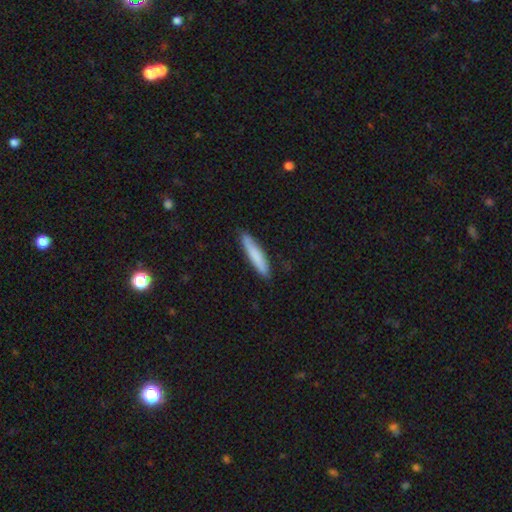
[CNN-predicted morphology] Smooth or featured? smooth (80%)
How rounded? cigar-shaped (91%)
Merging? none (88%)